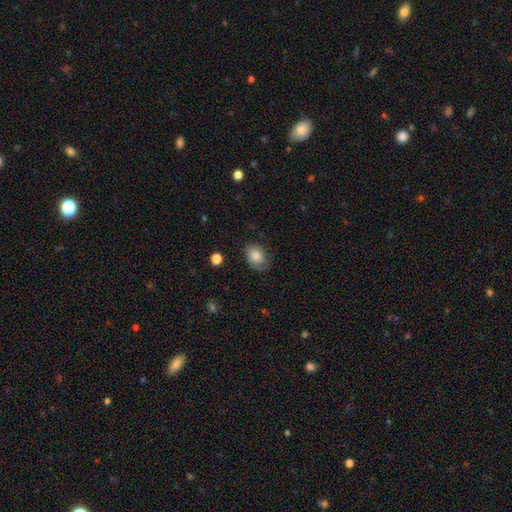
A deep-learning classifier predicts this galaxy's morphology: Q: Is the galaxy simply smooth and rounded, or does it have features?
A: smooth — 80%.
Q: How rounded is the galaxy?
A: in between — 73%.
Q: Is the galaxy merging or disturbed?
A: none — 69%.